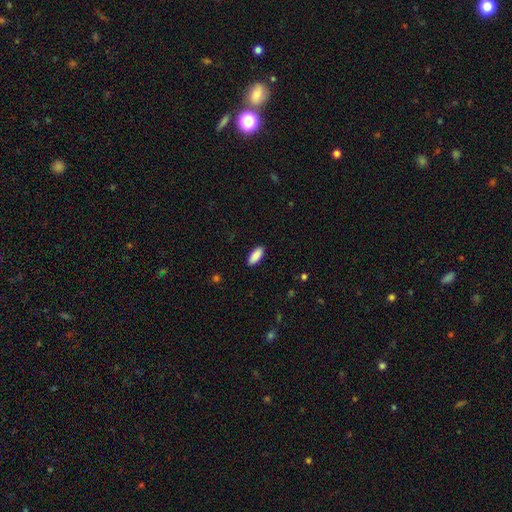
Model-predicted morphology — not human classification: type=smooth (90%); roundness=in between (83%); merging=none (90%).